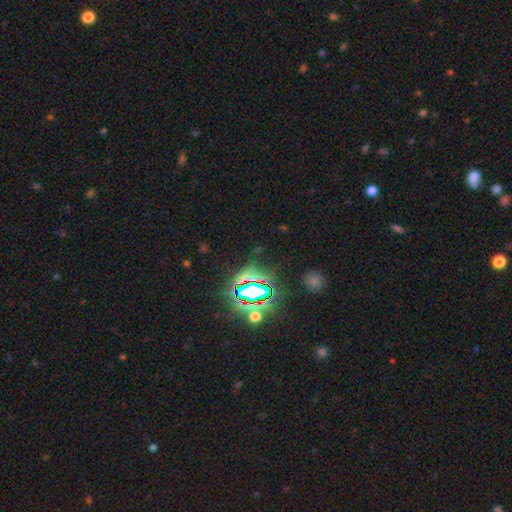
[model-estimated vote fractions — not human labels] This appears to be a star or artifact, not a galaxy (80%).